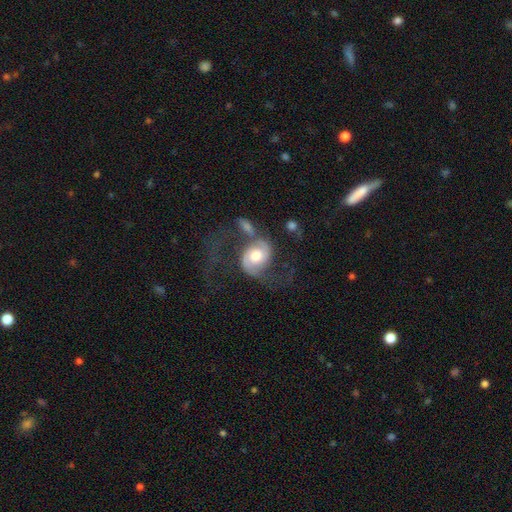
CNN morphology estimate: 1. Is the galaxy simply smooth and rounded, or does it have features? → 75% featured or disk, 19% smooth, 6% star or artifact.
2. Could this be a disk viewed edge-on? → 97% no, 3% yes.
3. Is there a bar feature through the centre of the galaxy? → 65% no, 27% weak, 8% strong.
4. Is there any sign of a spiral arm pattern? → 91% yes, 9% no.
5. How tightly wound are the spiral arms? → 53% loose, 36% medium, 11% tight.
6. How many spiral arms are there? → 89% 2, 4% can't tell, 4% 1, 1% 3, 1% 4, 1% more than 4.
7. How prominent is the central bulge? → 66% moderate, 22% large, 8% small, 3% dominant, 1% none.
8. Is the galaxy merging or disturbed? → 38% none, 31% major disturbance, 16% merger, 16% minor disturbance.